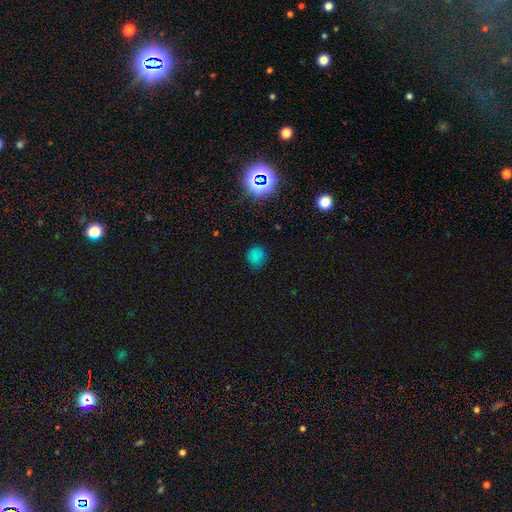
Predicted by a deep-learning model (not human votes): A smooth galaxy with no disk features (75%) that is round (75%).

Vote fractions:
- Smooth or featured? smooth: 75% / star or artifact: 21% / featured or disk: 4%
- How rounded? round: 75% / in between: 24% / cigar-shaped: 1%
- Merging? none: 84% / minor disturbance: 11% / major disturbance: 3% / merger: 1%